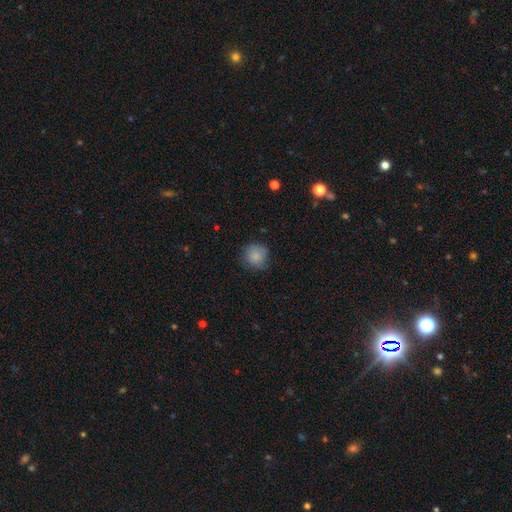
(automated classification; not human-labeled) The model was most divided on "merging": none: 75%, minor disturbance: 19%, major disturbance: 4%, merger: 1%. More confident: how rounded — round (90%); smooth or featured — smooth (84%).